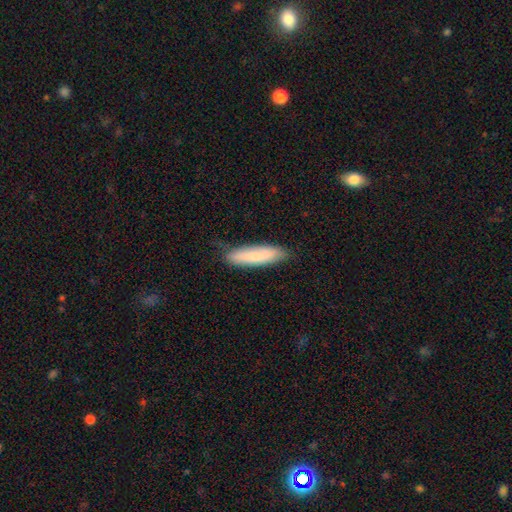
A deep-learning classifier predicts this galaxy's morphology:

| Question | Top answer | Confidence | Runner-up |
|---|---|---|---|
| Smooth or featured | smooth | 79% | featured or disk (15%) |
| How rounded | cigar-shaped | 78% | in between (21%) |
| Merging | none | 78% | minor disturbance (17%) |